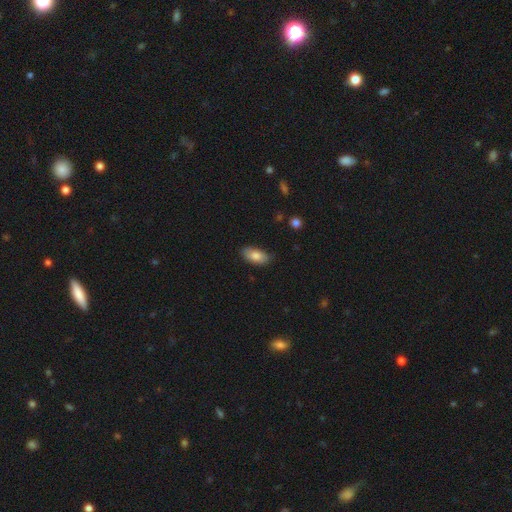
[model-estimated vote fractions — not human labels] smooth-or-featured: smooth: 82% | featured or disk: 11% | star or artifact: 7%
  how-rounded: in between: 91% | cigar-shaped: 6% | round: 3%
  merging: none: 80% | minor disturbance: 16% | major disturbance: 3% | merger: 1%